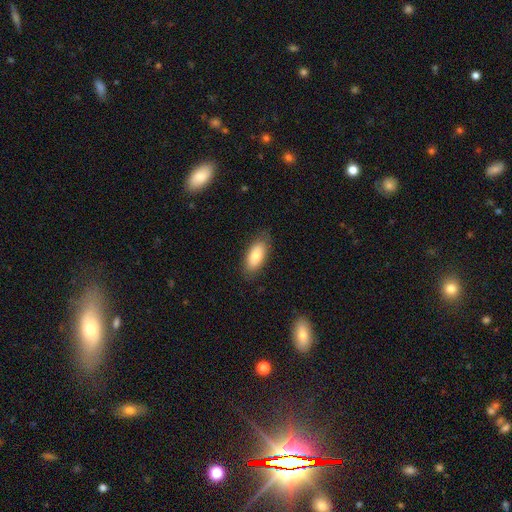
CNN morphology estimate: The model was most divided on "smooth or featured": smooth: 81%, featured or disk: 13%, star or artifact: 6%. More confident: how rounded — in between (84%); merging — none (82%).